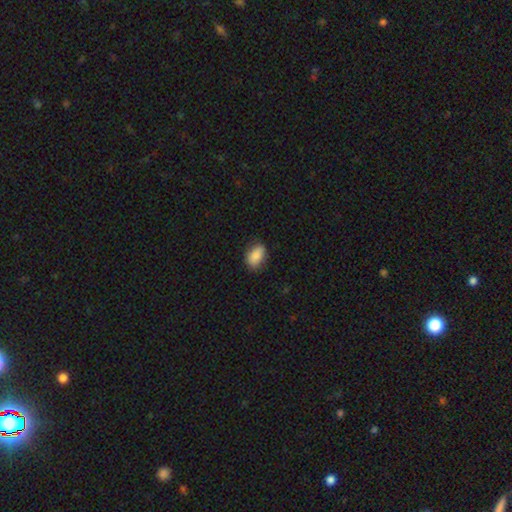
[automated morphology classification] smooth-or-featured: smooth: 86% | star or artifact: 7% | featured or disk: 6%
  how-rounded: in between: 86% | round: 11% | cigar-shaped: 3%
  merging: none: 75% | minor disturbance: 20% | major disturbance: 4% | merger: 1%